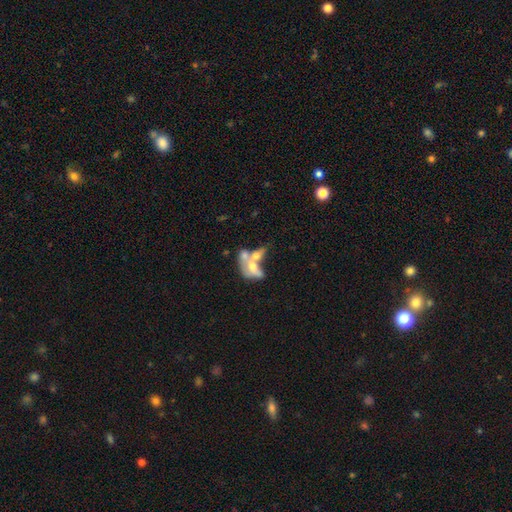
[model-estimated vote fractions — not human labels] smooth_or_featured: featured or disk (p=0.46) [alt: smooth p=0.44]
merging: merger (p=0.67) [alt: none p=0.13]